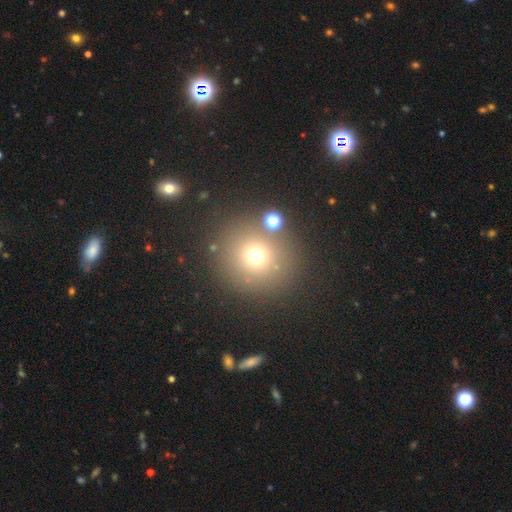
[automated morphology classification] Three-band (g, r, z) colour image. It shows a smooth galaxy with no disk features (68%) that is round (91%). Merging: none (81%).